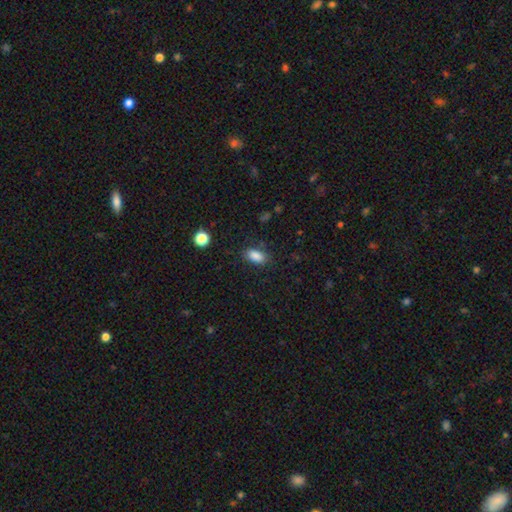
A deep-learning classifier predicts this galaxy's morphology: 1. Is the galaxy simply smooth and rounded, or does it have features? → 86% smooth, 9% star or artifact, 5% featured or disk.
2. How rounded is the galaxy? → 90% in between, 7% round, 3% cigar-shaped.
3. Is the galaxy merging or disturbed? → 81% none, 13% minor disturbance, 4% major disturbance, 2% merger.